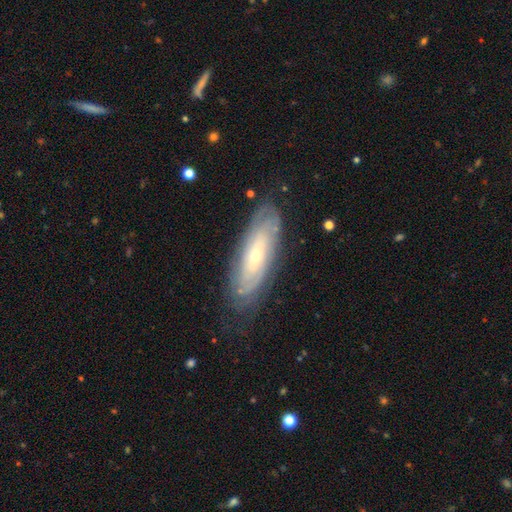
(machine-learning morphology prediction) smooth_or_featured: featured or disk (p=0.70) [alt: smooth p=0.23]
disk_edge_on: no (p=0.82) [alt: yes p=0.18]
bar: no (p=0.73) [alt: weak p=0.21]
has_spiral_arms: yes (p=0.81) [alt: no p=0.19]
bulge_size: small (p=0.63) [alt: moderate p=0.33]
merging: none (p=0.77) [alt: minor disturbance p=0.17]